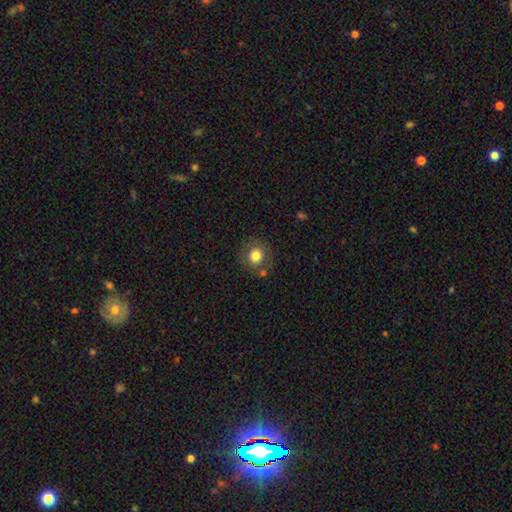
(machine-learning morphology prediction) The model was most divided on "merging": none: 78%, minor disturbance: 11%, merger: 6%, major disturbance: 4%. More confident: how rounded — round (84%); smooth or featured — smooth (79%).